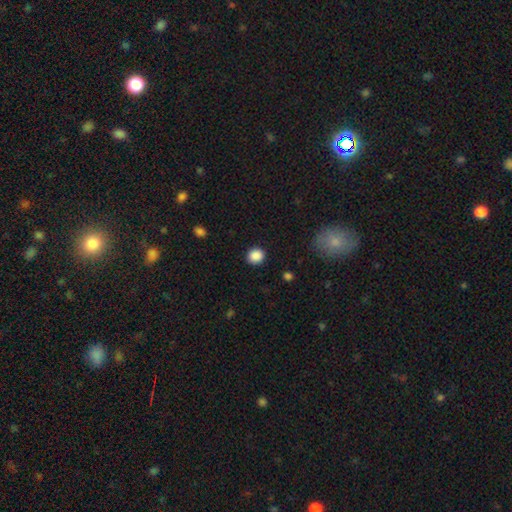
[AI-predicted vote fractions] Smooth or featured? Predicted: smooth (p=0.88). How rounded? Predicted: round (p=0.83). Merging? Predicted: none (p=0.89).